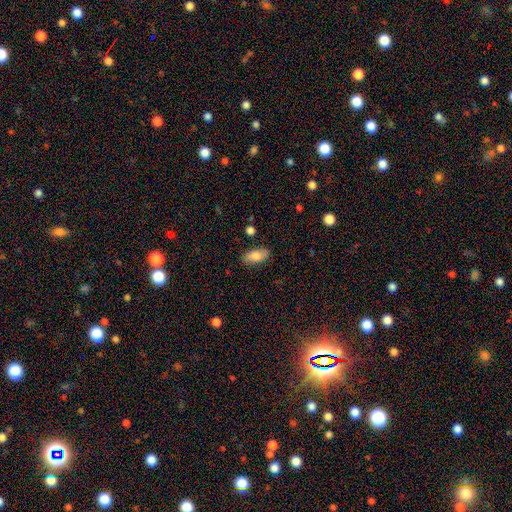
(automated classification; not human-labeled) Q: Smooth or featured?
A: smooth (79%); runner-up: featured or disk (14%)
Q: How rounded?
A: in between (88%); runner-up: cigar-shaped (8%)
Q: Merging?
A: none (83%); runner-up: minor disturbance (12%)